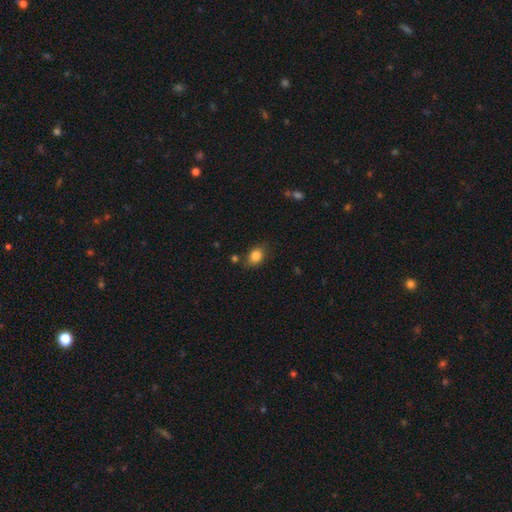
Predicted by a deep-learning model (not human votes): This is clearly a smooth galaxy (84%). How rounded: likely in between (69%). Merging: likely none (75%).